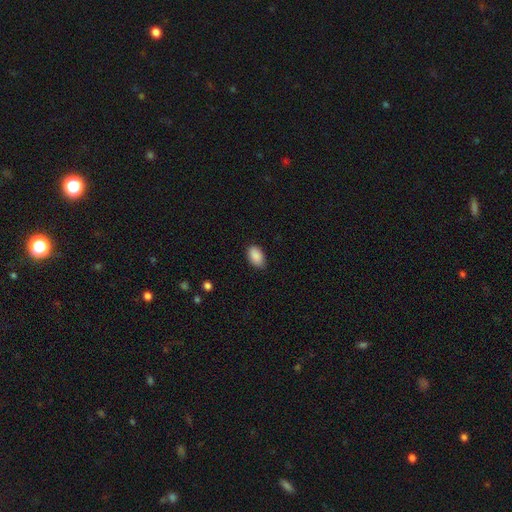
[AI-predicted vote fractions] Smooth or featured: smooth — 89% (star or artifact — 7%)
How rounded: in between — 92% (round — 7%)
Merging: none — 82% (minor disturbance — 15%)